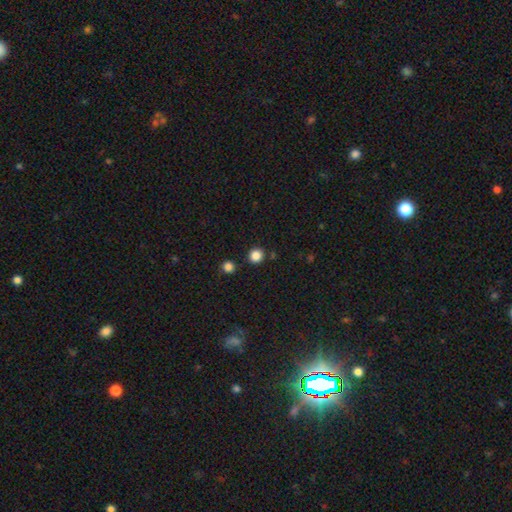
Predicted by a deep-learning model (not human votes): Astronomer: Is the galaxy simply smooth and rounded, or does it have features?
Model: smooth — 85%.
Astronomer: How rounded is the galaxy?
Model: round — 92%.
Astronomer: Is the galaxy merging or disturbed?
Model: none — 88%.